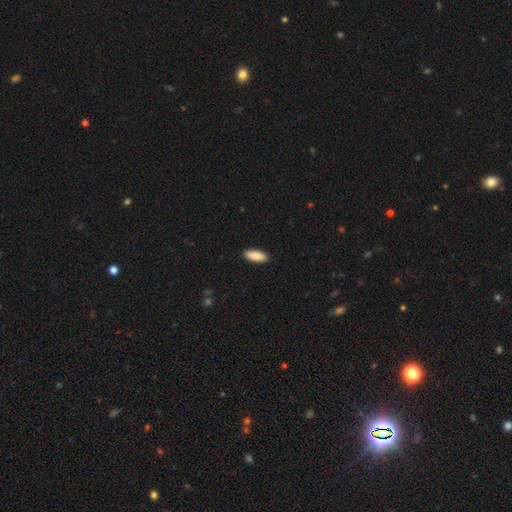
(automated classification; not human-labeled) smooth_or_featured: smooth (p=0.87) [alt: featured or disk p=0.07]
how_rounded: in between (p=0.79) [alt: cigar-shaped p=0.19]
merging: none (p=0.90) [alt: minor disturbance p=0.07]